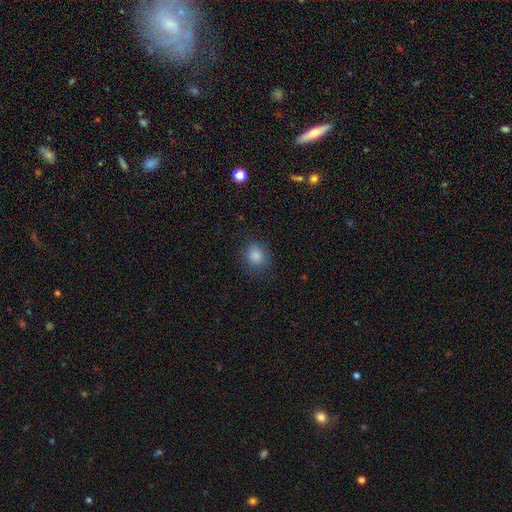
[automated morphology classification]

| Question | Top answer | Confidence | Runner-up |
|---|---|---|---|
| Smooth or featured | smooth | 85% | star or artifact (11%) |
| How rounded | round | 75% | in between (24%) |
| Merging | none | 84% | minor disturbance (11%) |